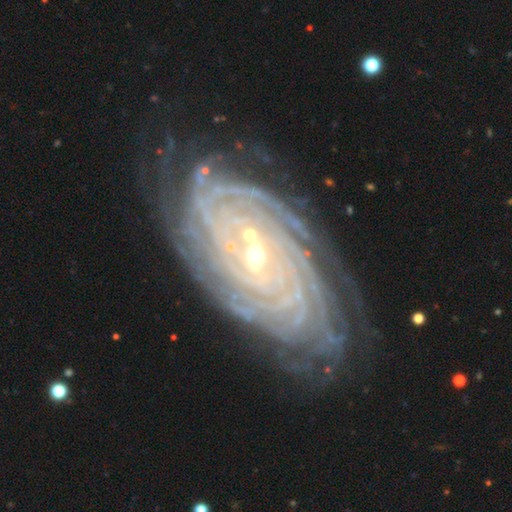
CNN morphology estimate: A featured or disk galaxy (91%) with no bar (47%), more than 4 (39%) tight (86%) spiral arms (98%) and a small central bulge (71%). Merging: none (73%).